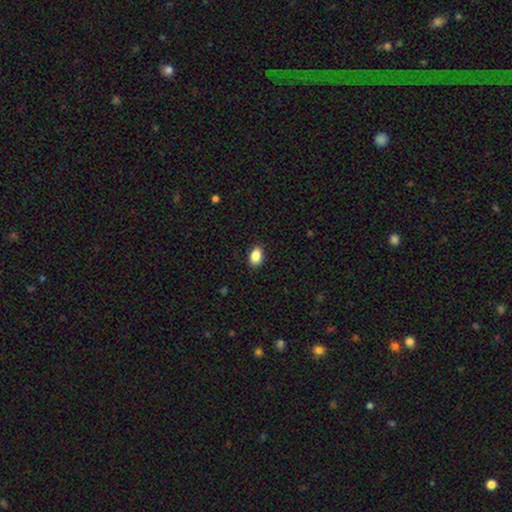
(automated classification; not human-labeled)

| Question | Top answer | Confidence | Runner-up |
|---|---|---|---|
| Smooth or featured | smooth | 87% | star or artifact (8%) |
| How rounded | in between | 86% | round (12%) |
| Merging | none | 88% | minor disturbance (9%) |